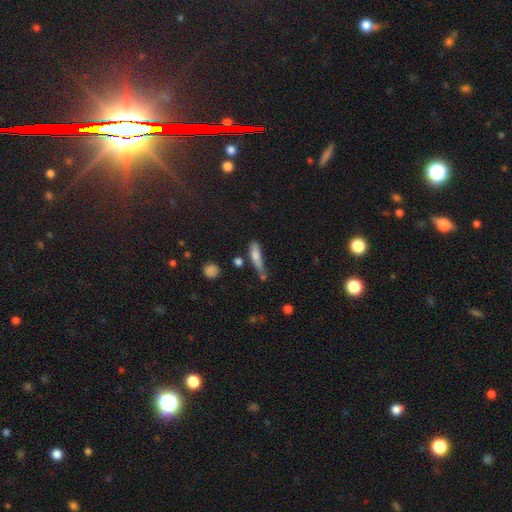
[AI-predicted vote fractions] A smooth galaxy with no disk features (71%) that is cigar-shaped (72%). Merging: none (43%).